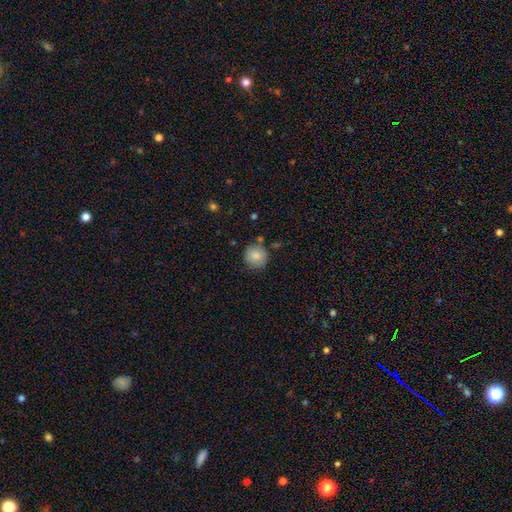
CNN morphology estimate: This is clearly a smooth galaxy (85%). How rounded: clearly round (91%). Merging: likely none (79%).